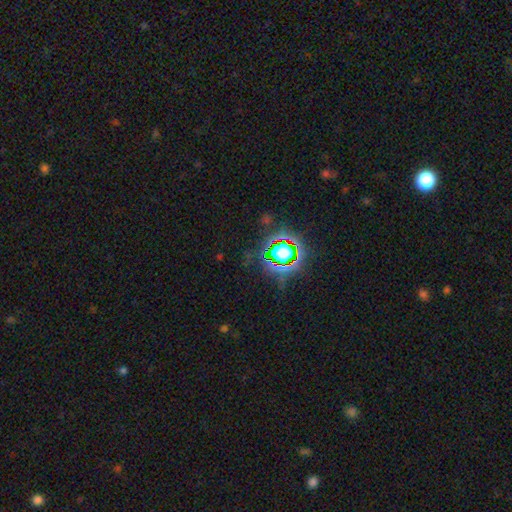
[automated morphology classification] star or artifact 78%, smooth 13%, featured or disk 9%.